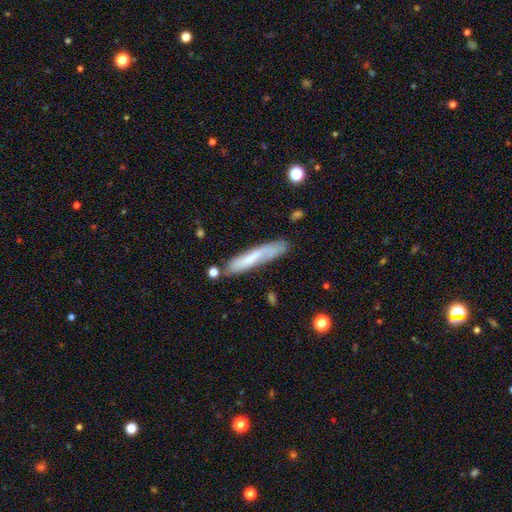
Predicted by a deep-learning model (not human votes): This appears to be a smooth galaxy with no disk features (53%) that is cigar-shaped (89%). Merging: none (65%).